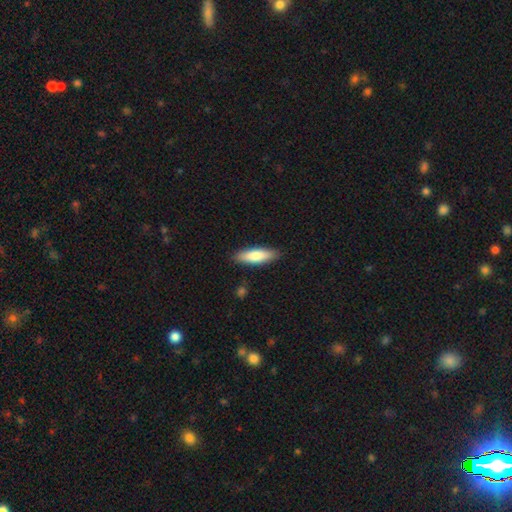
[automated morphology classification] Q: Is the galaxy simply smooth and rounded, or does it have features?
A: smooth — 80%.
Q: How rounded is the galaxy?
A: cigar-shaped — 52%.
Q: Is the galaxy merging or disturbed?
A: none — 88%.